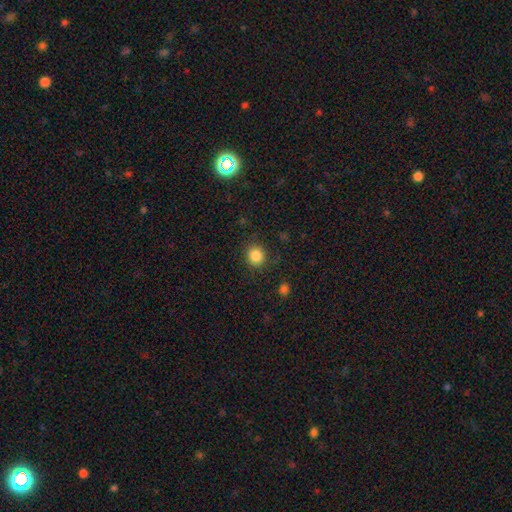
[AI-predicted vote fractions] smooth 85%, star or artifact 11%, featured or disk 4%. Down the decision tree: how rounded — round (88%); merging — none (87%).